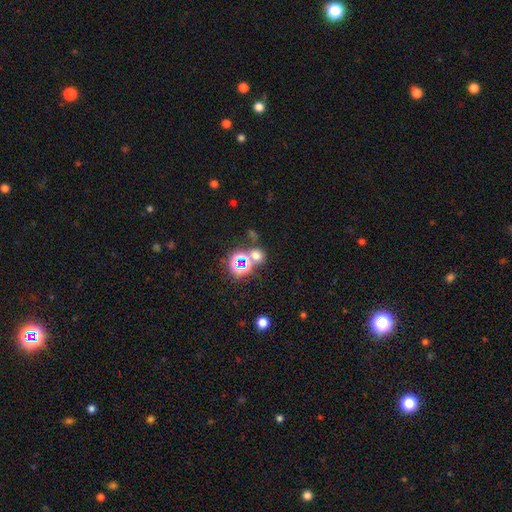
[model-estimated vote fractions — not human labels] This appears to be a smooth galaxy with no disk features (49%). Merging: none (63%).